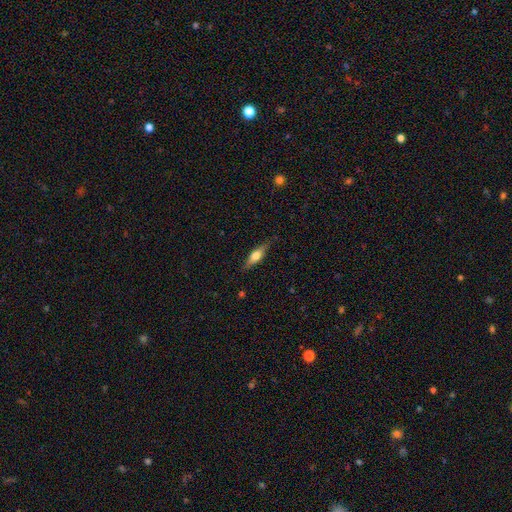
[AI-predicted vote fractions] A featured or disk galaxy (47%, tied with smooth). Merging: none (83%).